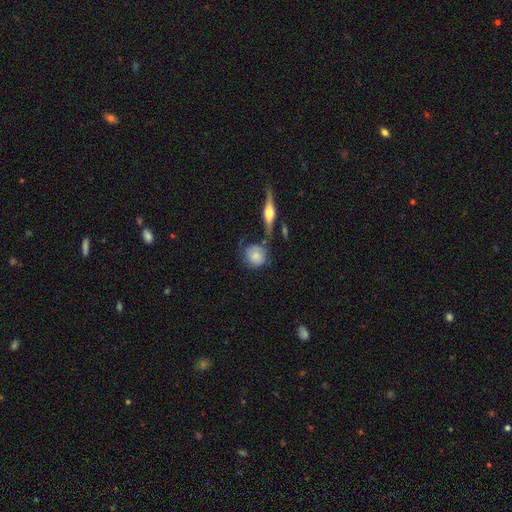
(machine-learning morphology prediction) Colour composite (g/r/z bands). It shows a smooth galaxy with no disk features (65%) that is round (79%). Merging: none (56%).